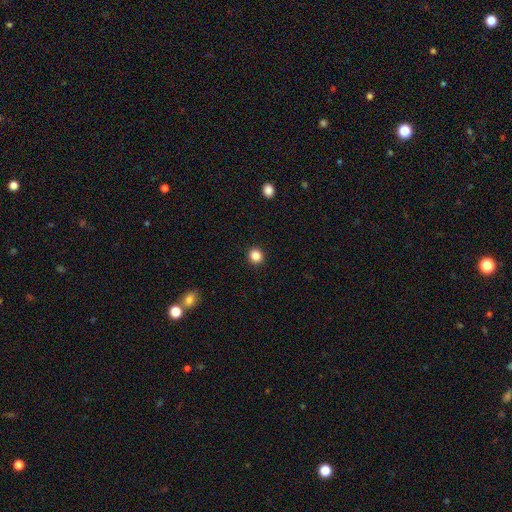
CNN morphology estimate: Q: Smooth or featured?
A: smooth (85%); runner-up: star or artifact (11%)
Q: How rounded?
A: round (93%); runner-up: in between (6%)
Q: Merging?
A: none (93%); runner-up: minor disturbance (4%)